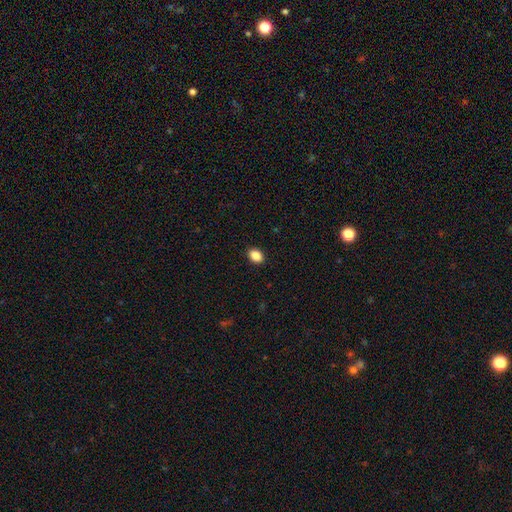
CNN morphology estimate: Smooth or featured? smooth (88%)
How rounded? in between (76%)
Merging? none (91%)